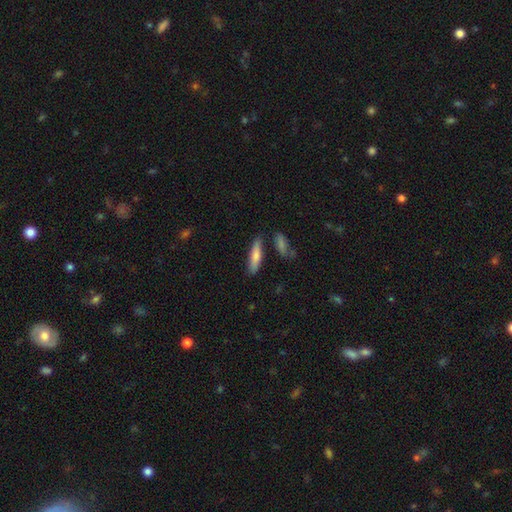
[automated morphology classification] Smooth or featured: smooth — 73% (featured or disk — 21%)
How rounded: cigar-shaped — 75% (in between — 23%)
Merging: none — 78% (minor disturbance — 12%)